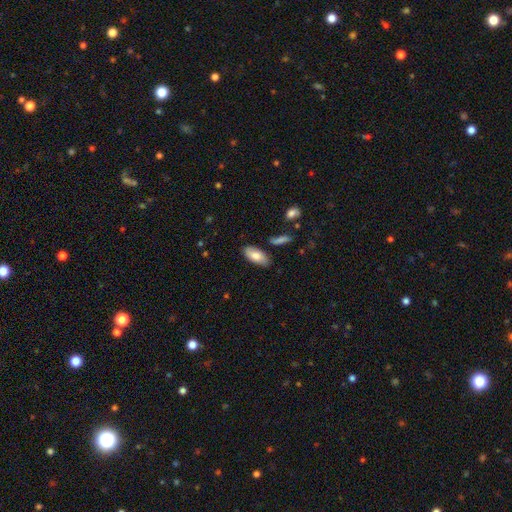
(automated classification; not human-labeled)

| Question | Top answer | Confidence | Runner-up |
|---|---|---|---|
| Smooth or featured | smooth | 77% | featured or disk (17%) |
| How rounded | in between | 91% | cigar-shaped (7%) |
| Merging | none | 79% | minor disturbance (16%) |